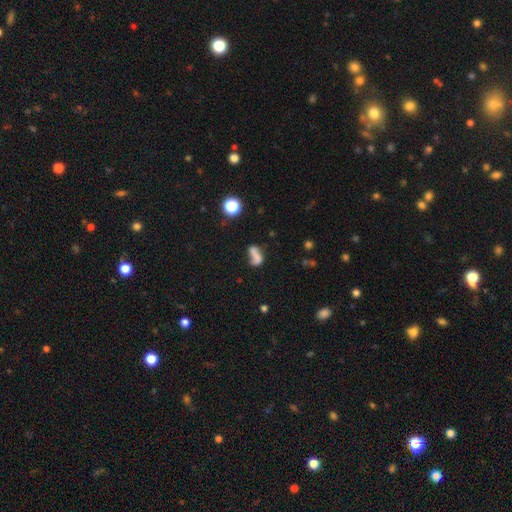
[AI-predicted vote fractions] The model was most divided on "merging": none: 36%, merger: 25%, major disturbance: 21%, minor disturbance: 19%. More confident: how rounded — in between (67%); smooth or featured — smooth (59%).